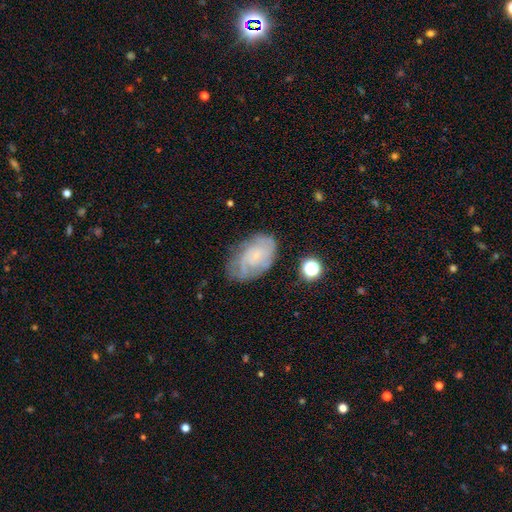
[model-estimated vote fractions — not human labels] Smooth or featured? Predicted: featured or disk (p=0.63). Edge-on disk? Predicted: no (p=0.97). Bar? Predicted: no (p=0.73). Spiral arms? Predicted: yes (p=0.84). Spiral winding? Predicted: tight (p=0.52). Spiral arm count? Predicted: can't tell (p=0.48). Bulge size? Predicted: small (p=0.67). Merging? Predicted: none (p=0.63).